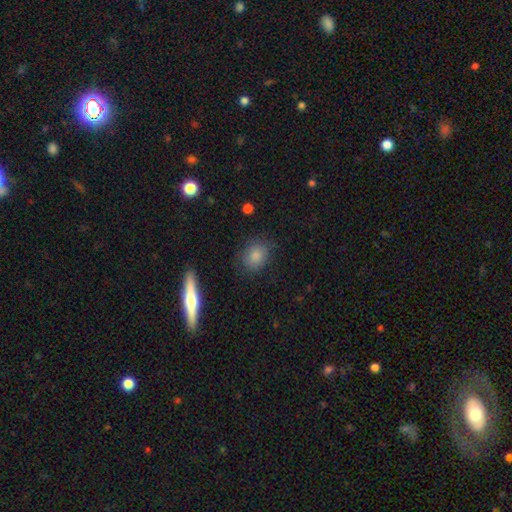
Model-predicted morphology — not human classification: smooth-or-featured: smooth: 82% | star or artifact: 9% | featured or disk: 8%
  how-rounded: round: 53% | in between: 45% | cigar-shaped: 2%
  merging: none: 79% | minor disturbance: 15% | major disturbance: 5% | merger: 2%